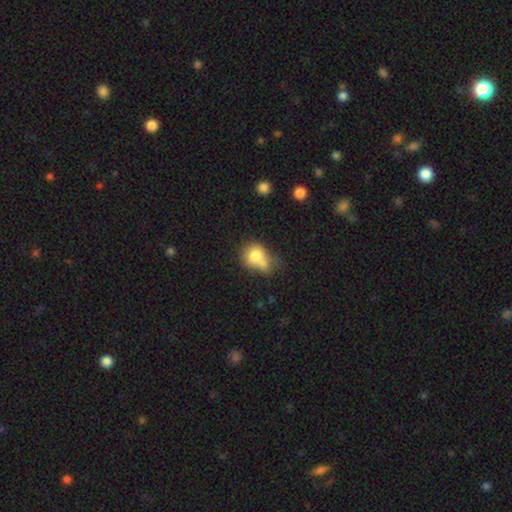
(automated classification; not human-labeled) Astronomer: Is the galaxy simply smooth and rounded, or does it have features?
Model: smooth — 75%.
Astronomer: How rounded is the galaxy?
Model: round — 68%.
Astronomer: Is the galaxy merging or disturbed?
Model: merger — 54%.